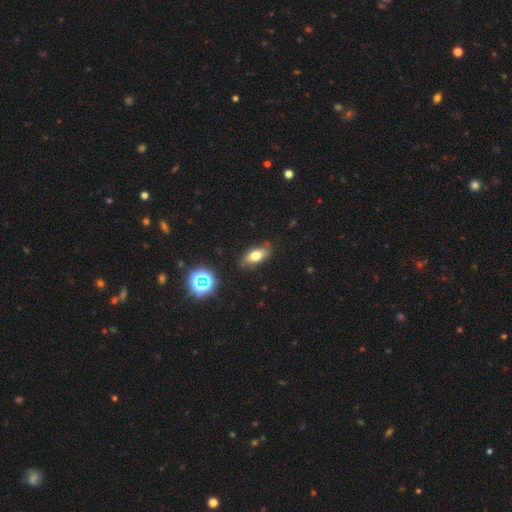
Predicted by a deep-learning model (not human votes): Smooth or featured: smooth — 70% (featured or disk — 18%)
How rounded: in between — 83% (cigar-shaped — 11%)
Merging: none — 81% (minor disturbance — 14%)